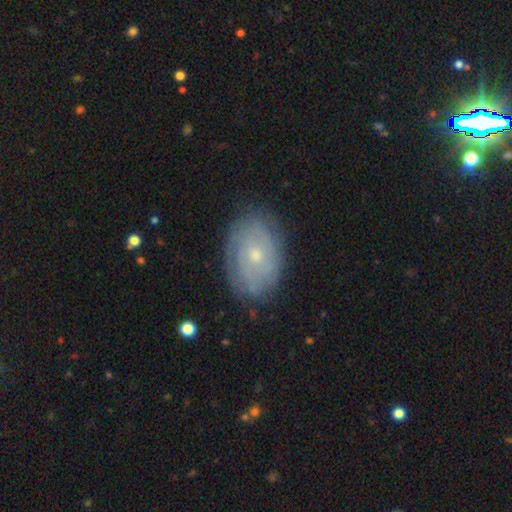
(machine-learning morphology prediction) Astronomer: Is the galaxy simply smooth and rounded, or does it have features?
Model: featured or disk — 65%.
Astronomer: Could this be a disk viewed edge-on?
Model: no — 95%.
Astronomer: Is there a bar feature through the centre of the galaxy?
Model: no — 82%.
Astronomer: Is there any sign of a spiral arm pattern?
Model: yes — 80%.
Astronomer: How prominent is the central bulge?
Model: small — 64%.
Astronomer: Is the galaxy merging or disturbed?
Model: none — 79%.